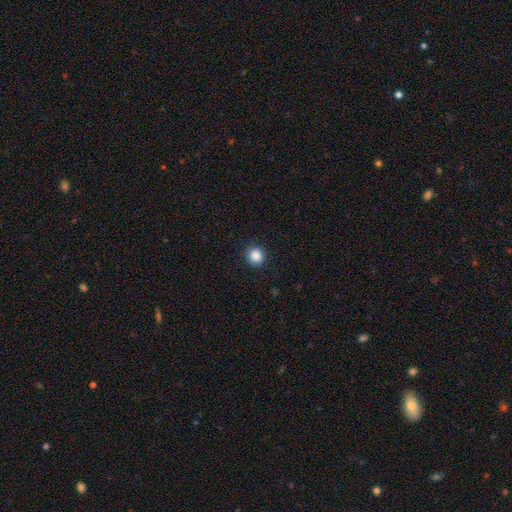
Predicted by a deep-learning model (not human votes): The model was most divided on "how rounded": round: 85%, in between: 14%, cigar-shaped: 1%. More confident: merging — none (89%); smooth or featured — smooth (87%).